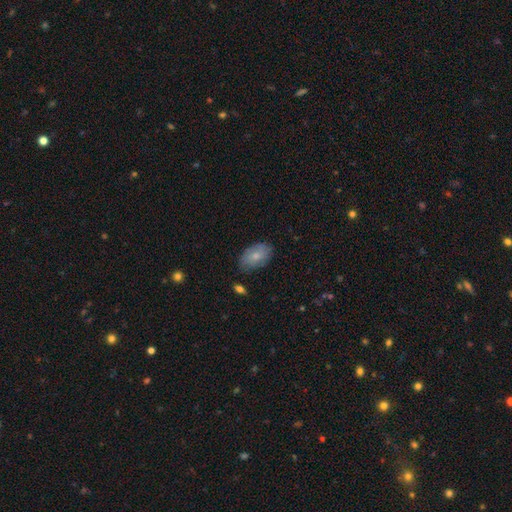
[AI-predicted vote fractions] Smooth or featured? smooth (77%)
How rounded? in between (91%)
Merging? none (78%)